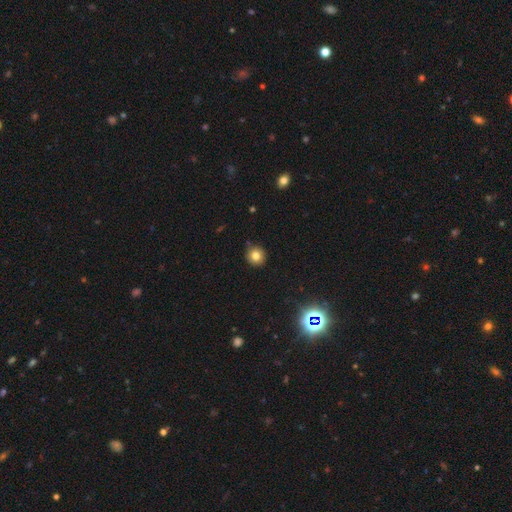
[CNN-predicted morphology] smooth-or-featured: smooth: 79% | star or artifact: 13% | featured or disk: 8%
  how-rounded: round: 92% | in between: 7% | cigar-shaped: 1%
  merging: none: 87% | minor disturbance: 9% | merger: 2% | major disturbance: 2%